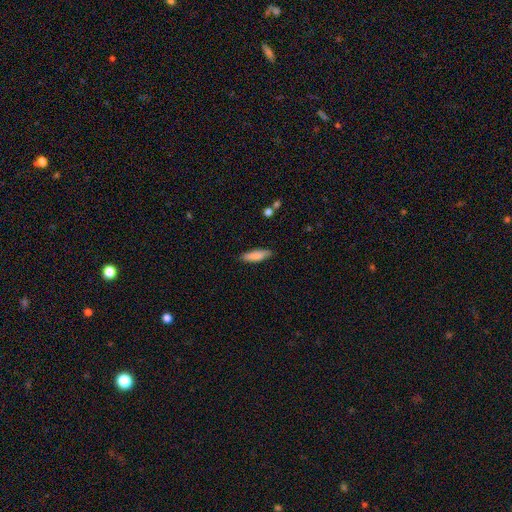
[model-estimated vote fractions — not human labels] Morphology: type=smooth (85%); roundness=cigar-shaped (58%); merging=none (84%).